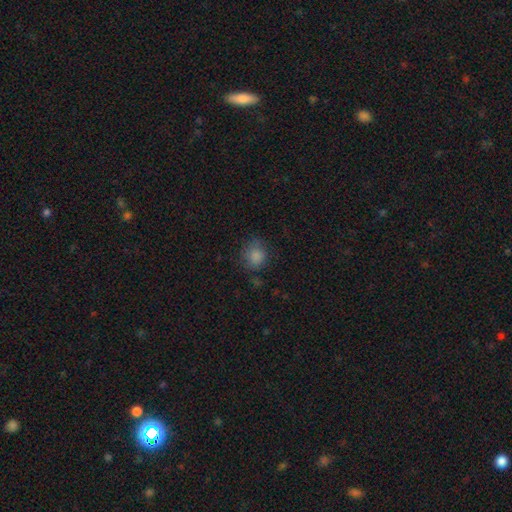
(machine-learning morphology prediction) The model was most divided on "merging": none: 69%, minor disturbance: 21%, major disturbance: 8%, merger: 2%. More confident: smooth or featured — smooth (83%); how rounded — round (75%).